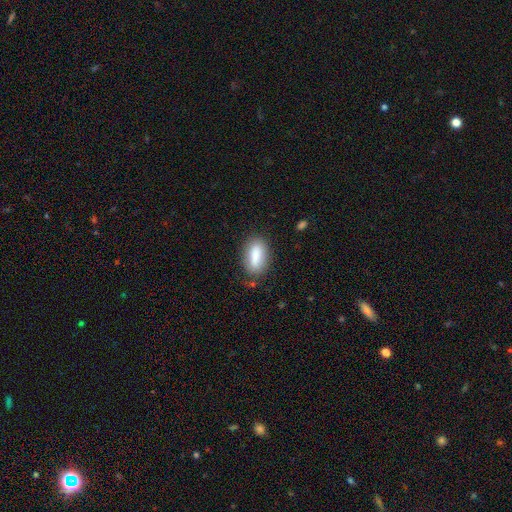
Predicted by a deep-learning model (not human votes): This is clearly a smooth galaxy (84%). How rounded: clearly in between (84%). Merging: likely none (78%).